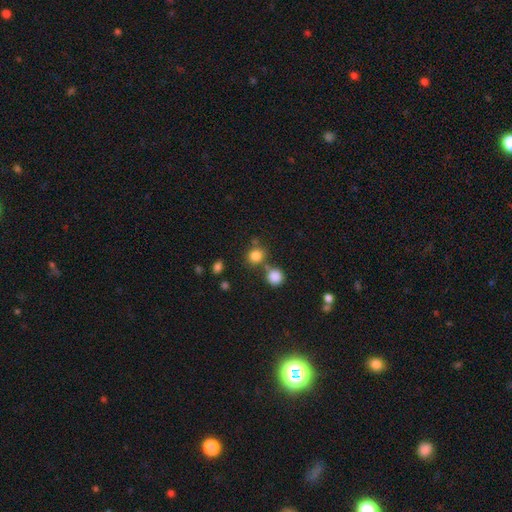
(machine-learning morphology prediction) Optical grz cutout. It shows a smooth galaxy with no disk features (81%) that is round (80%). Merging: none (64%).